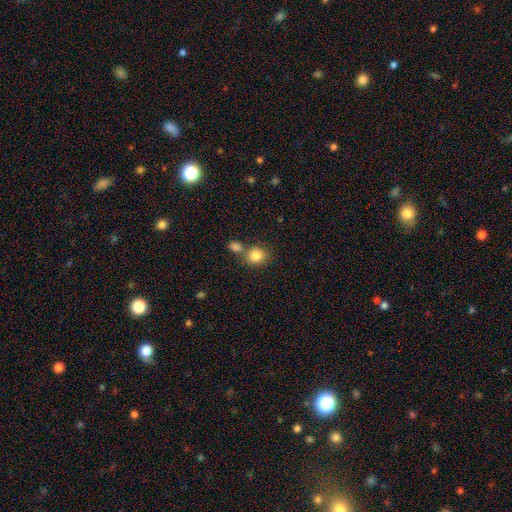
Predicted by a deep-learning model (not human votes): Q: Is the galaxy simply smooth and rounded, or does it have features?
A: smooth — 84%.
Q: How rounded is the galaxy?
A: round — 72%.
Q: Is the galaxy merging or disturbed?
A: none — 55%.